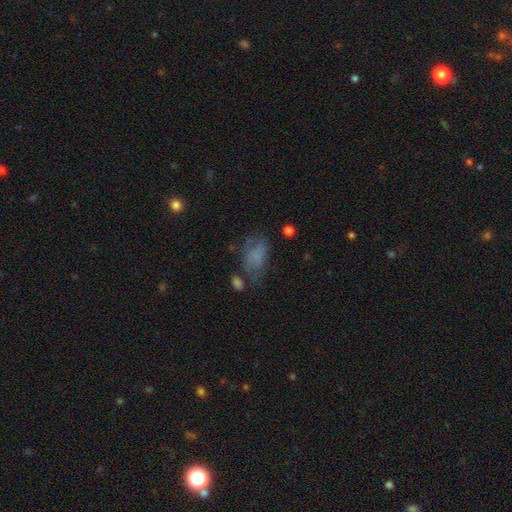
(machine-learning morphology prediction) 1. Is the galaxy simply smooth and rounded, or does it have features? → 63% smooth, 22% featured or disk, 15% star or artifact.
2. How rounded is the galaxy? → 87% in between, 10% round, 4% cigar-shaped.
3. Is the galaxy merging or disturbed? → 39% none, 27% minor disturbance, 26% major disturbance, 8% merger.